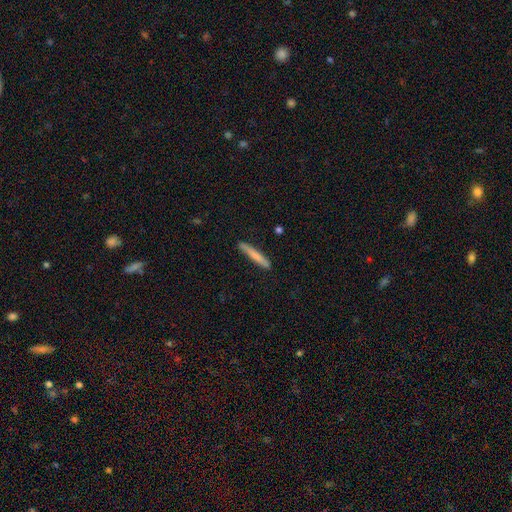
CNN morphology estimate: Q: Smooth or featured?
A: smooth (74%); runner-up: featured or disk (20%)
Q: How rounded?
A: cigar-shaped (96%); runner-up: in between (3%)
Q: Merging?
A: none (87%); runner-up: minor disturbance (10%)